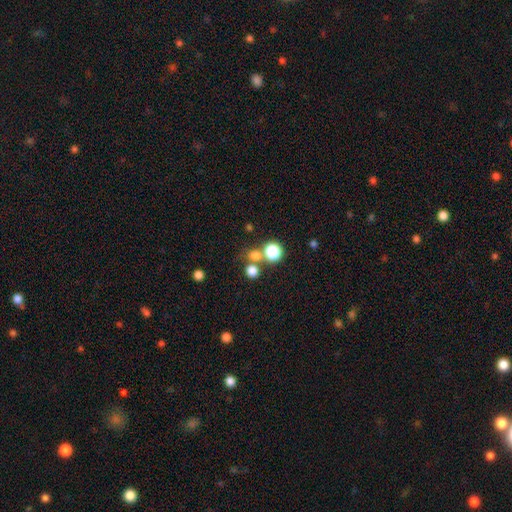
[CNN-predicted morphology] Q: Smooth or featured?
A: smooth (72%); runner-up: star or artifact (20%)
Q: How rounded?
A: round (85%); runner-up: in between (14%)
Q: Merging?
A: none (61%); runner-up: merger (28%)